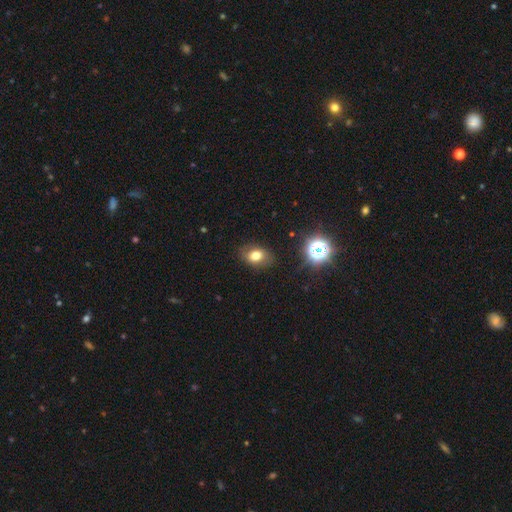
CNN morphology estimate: This is likely a smooth galaxy (74%). How rounded: likely in between (72%). Merging: clearly none (82%).